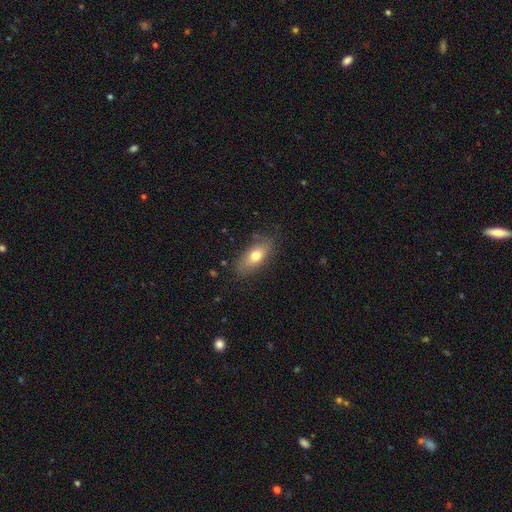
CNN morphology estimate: This is likely a smooth galaxy (73%). How rounded: clearly in between (84%). Merging: clearly none (80%).